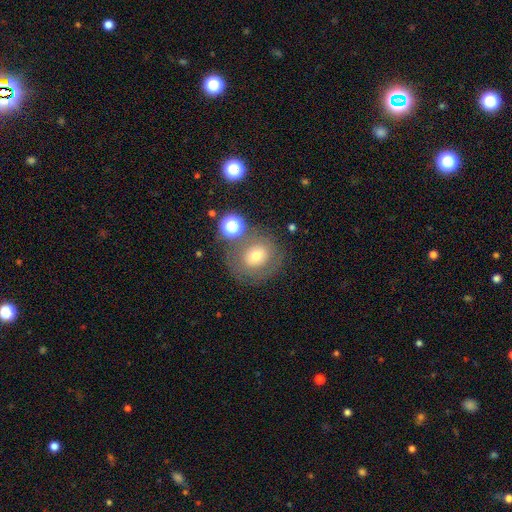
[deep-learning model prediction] Morphology: type=smooth (59%); roundness=round (76%); merging=none (68%).